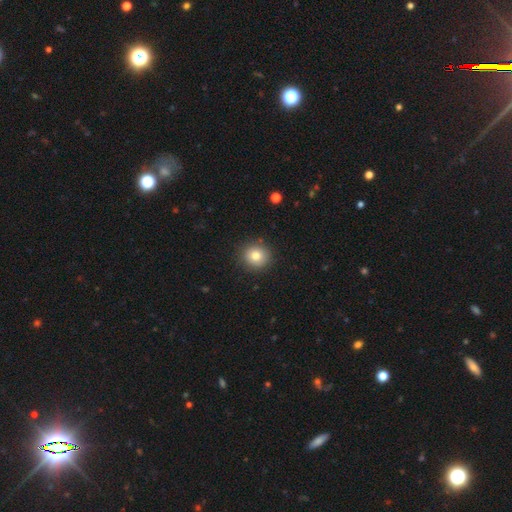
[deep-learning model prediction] The model was most divided on "smooth or featured": smooth: 80%, star or artifact: 11%, featured or disk: 9%. More confident: merging — none (89%); how rounded — round (88%).